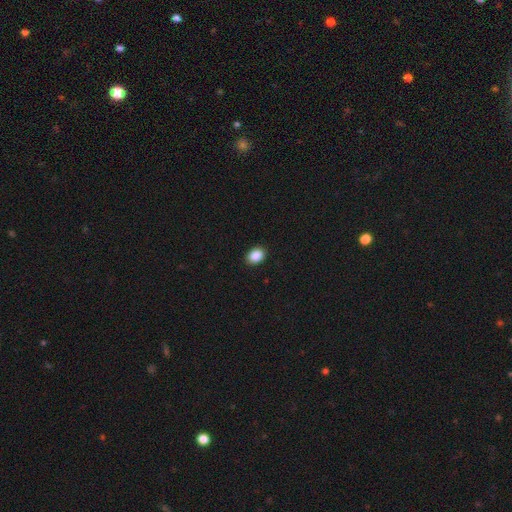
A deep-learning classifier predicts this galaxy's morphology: smooth 88%, star or artifact 9%, featured or disk 3%. Down the decision tree: how rounded — in between (68%); merging — none (91%).